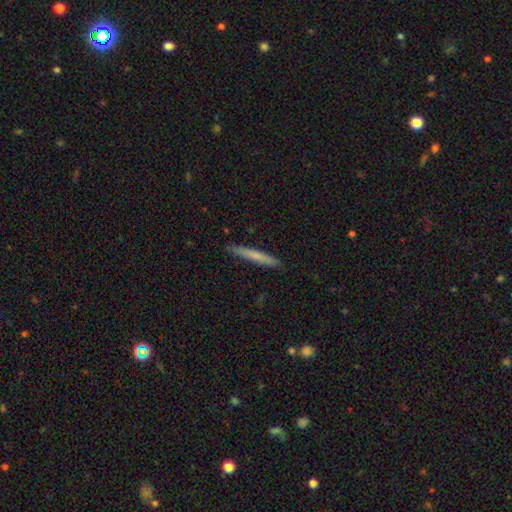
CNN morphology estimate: smooth-or-featured: smooth: 63% | featured or disk: 31% | star or artifact: 6%
  how-rounded: cigar-shaped: 96% | in between: 3% | round: 1%
  merging: none: 89% | minor disturbance: 8% | major disturbance: 1% | merger: 1%